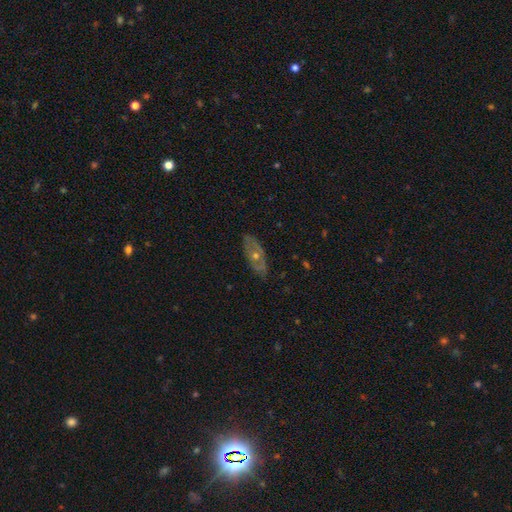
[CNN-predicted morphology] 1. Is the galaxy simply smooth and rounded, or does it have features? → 64% featured or disk, 27% smooth, 9% star or artifact.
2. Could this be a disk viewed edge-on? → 79% no, 21% yes.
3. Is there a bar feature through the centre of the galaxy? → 84% no, 12% weak, 4% strong.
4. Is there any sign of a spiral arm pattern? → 61% no, 39% yes.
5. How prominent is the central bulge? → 55% moderate, 40% small, 2% large, 1% none, 1% dominant.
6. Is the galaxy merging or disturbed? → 82% none, 13% minor disturbance, 3% major disturbance, 1% merger.